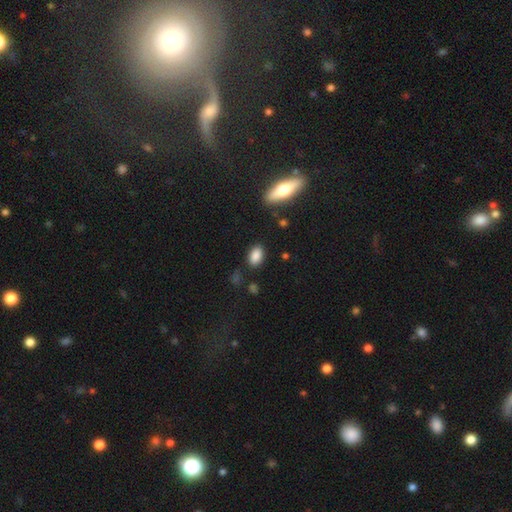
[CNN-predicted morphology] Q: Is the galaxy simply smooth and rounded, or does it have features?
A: smooth — 86%.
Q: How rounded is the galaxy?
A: in between — 89%.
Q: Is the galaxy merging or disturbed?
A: none — 83%.